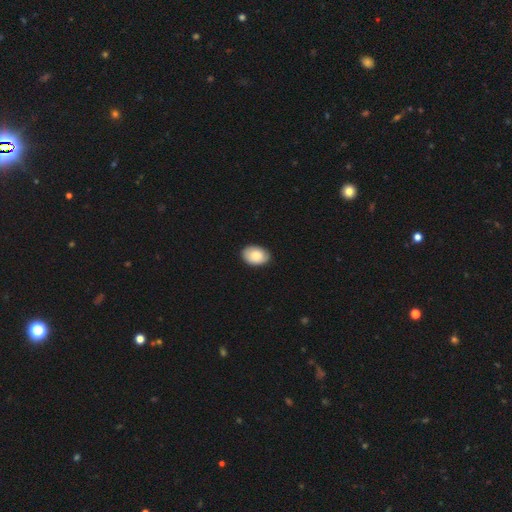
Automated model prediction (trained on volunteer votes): Smooth or featured? Predicted: smooth (p=0.82). How rounded? Predicted: in between (p=0.83). Merging? Predicted: none (p=0.82).